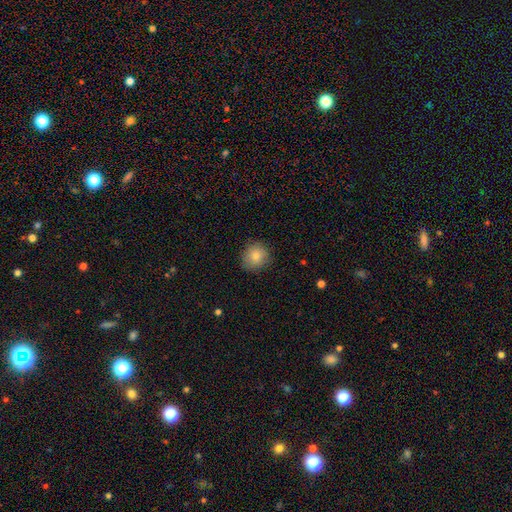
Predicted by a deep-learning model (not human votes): smooth 80%, featured or disk 10%, star or artifact 10%. Down the decision tree: how rounded — round (89%); merging — none (84%).